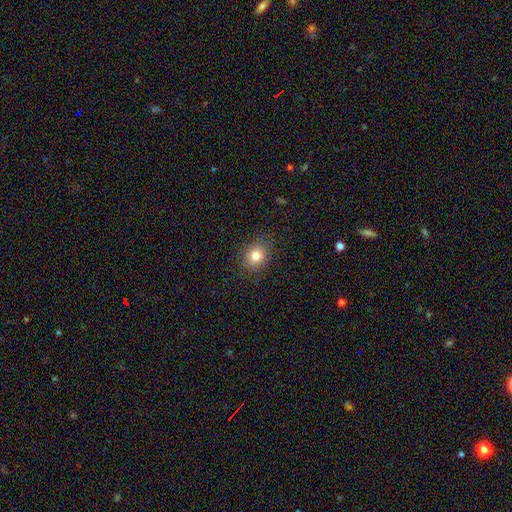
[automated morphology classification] Smooth or featured? smooth (80%)
How rounded? round (62%)
Merging? none (87%)